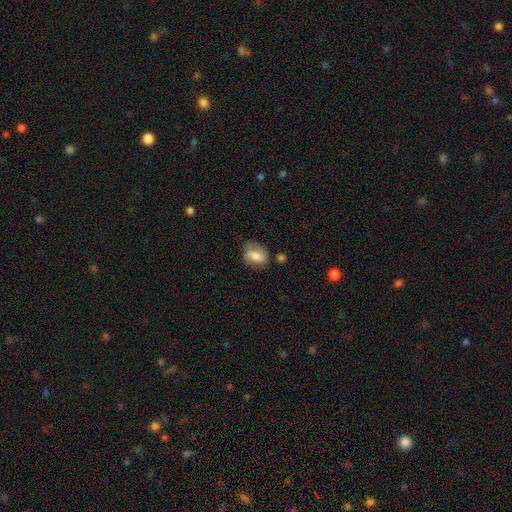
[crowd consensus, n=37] This appears to be a smooth galaxy with no disk features (62%) that is in between round and cigar-shaped (74%). Merging: none (58%).